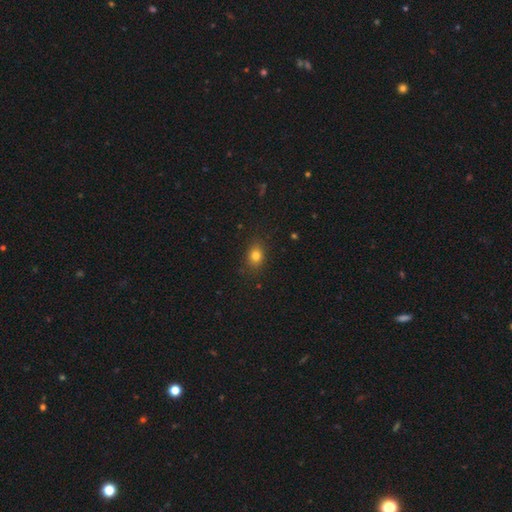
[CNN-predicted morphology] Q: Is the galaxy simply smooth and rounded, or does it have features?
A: smooth — 80%.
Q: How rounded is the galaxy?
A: in between — 59%.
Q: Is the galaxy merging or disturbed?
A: none — 86%.